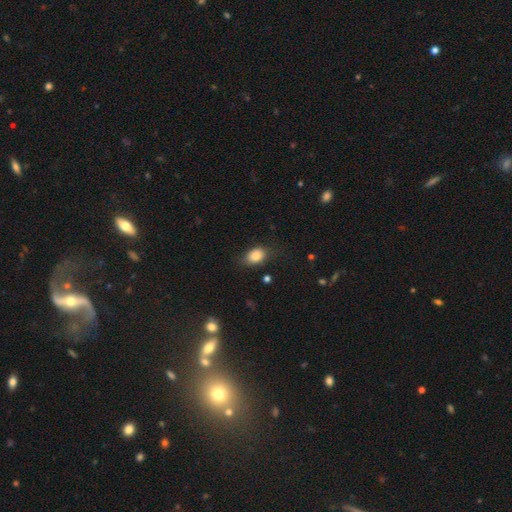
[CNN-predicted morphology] smooth 84%, star or artifact 8%, featured or disk 8%. Down the decision tree: how rounded — in between (79%); merging — none (76%).